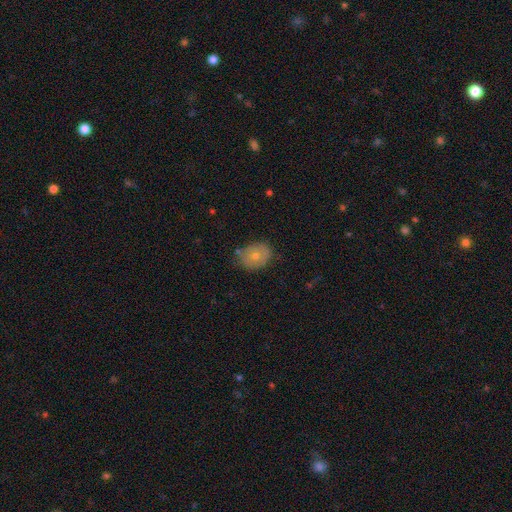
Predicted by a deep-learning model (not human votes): Smooth or featured? smooth (69%)
How rounded? in between (55%)
Merging? none (66%)